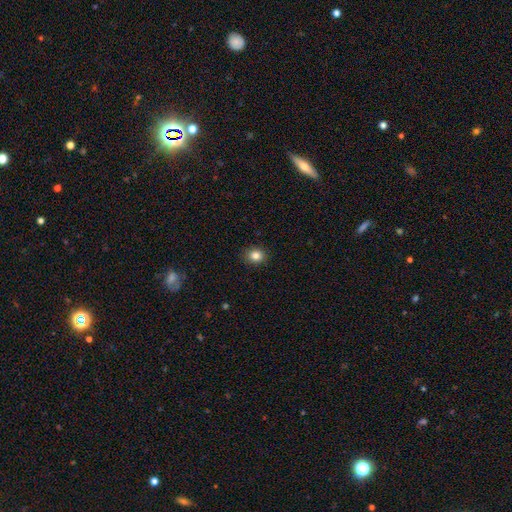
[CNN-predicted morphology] Q: Smooth or featured?
A: smooth (84%); runner-up: star or artifact (11%)
Q: How rounded?
A: round (64%); runner-up: in between (36%)
Q: Merging?
A: none (90%); runner-up: minor disturbance (7%)